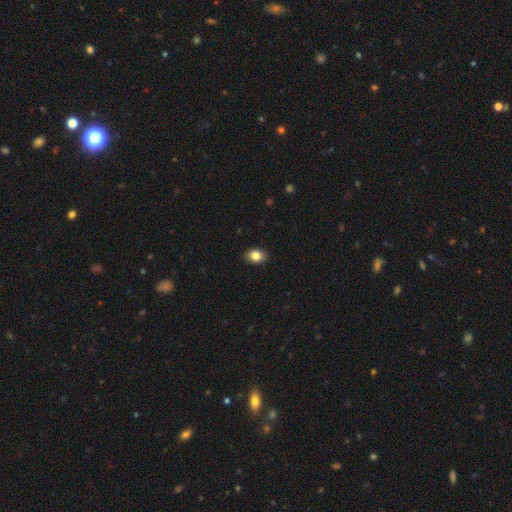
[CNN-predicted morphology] Smooth or featured? smooth (84%)
How rounded? in between (72%)
Merging? none (90%)